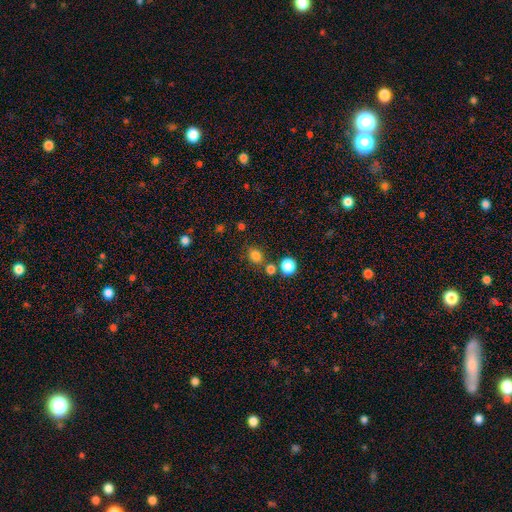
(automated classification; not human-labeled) A smooth galaxy with no disk features (81%) that is round (66%).

Vote fractions:
- Smooth or featured? smooth: 81% / star or artifact: 15% / featured or disk: 5%
- How rounded? round: 66% / in between: 33% / cigar-shaped: 1%
- Merging? none: 72% / merger: 13% / minor disturbance: 11% / major disturbance: 4%